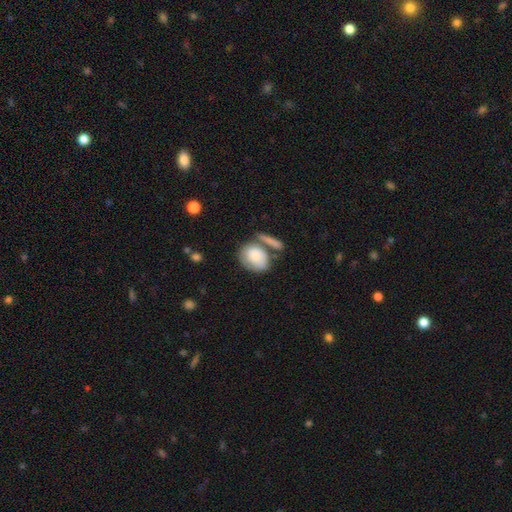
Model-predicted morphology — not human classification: Smooth or featured? smooth (77%)
How rounded? in between (59%)
Merging? none (44%)